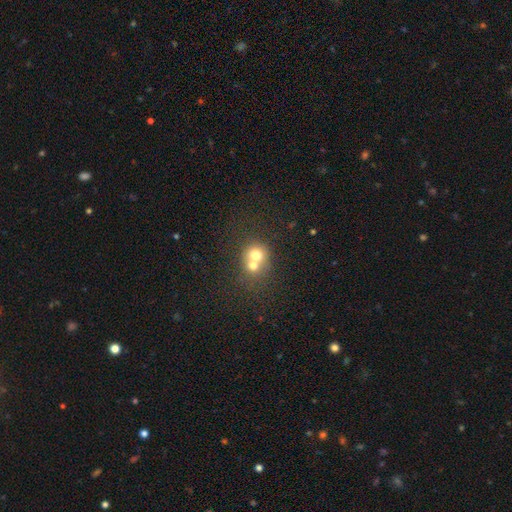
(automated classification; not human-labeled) Smooth or featured? Predicted: smooth (p=0.69). How rounded? Predicted: round (p=0.78). Merging? Predicted: merger (p=0.67).